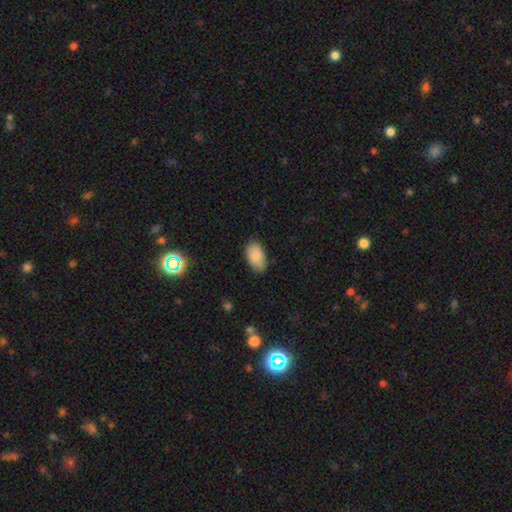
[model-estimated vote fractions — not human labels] Smooth or featured? Predicted: smooth (p=0.87). How rounded? Predicted: in between (p=0.94). Merging? Predicted: none (p=0.73).